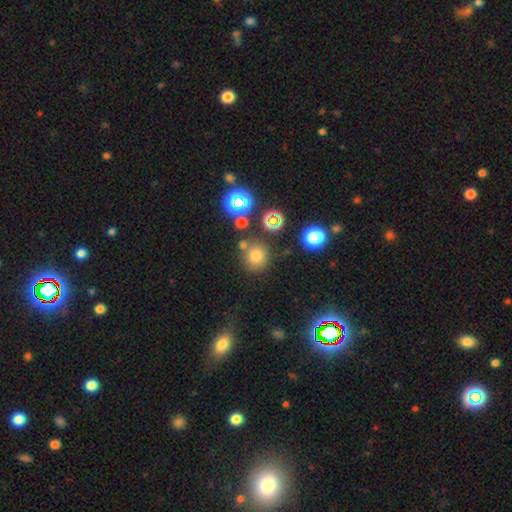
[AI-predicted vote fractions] This appears to be a smooth galaxy with no disk features (70%) that is round (90%). Merging: none (75%).